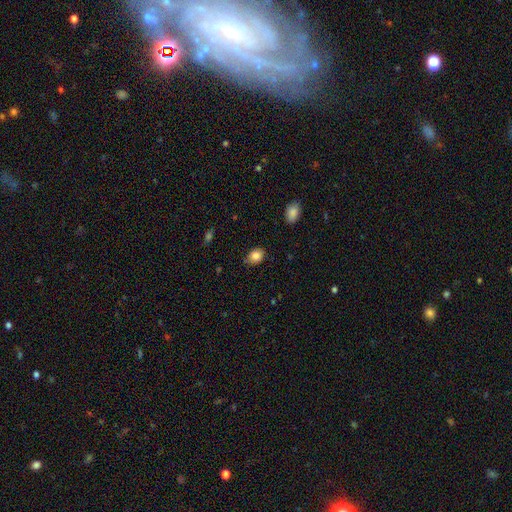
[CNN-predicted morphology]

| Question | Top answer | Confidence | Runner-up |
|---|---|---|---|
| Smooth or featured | smooth | 85% | star or artifact (9%) |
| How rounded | in between | 64% | round (35%) |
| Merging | none | 78% | minor disturbance (18%) |